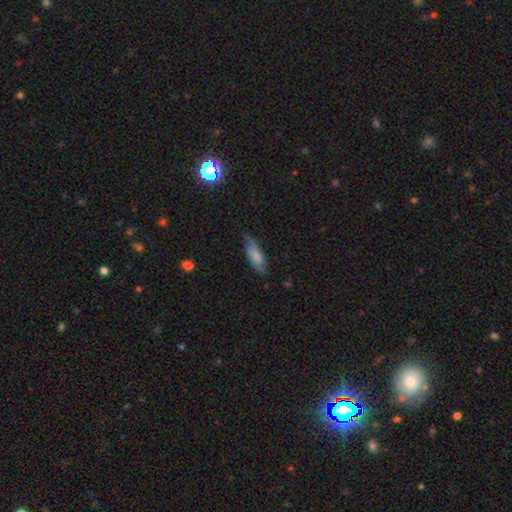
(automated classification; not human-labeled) Q: Smooth or featured?
A: smooth (73%); runner-up: featured or disk (21%)
Q: How rounded?
A: in between (64%); runner-up: cigar-shaped (34%)
Q: Merging?
A: none (68%); runner-up: minor disturbance (25%)